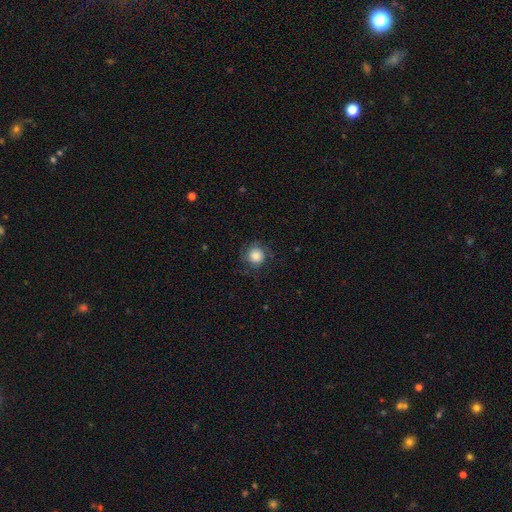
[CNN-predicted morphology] The model was most divided on "smooth or featured": smooth: 66%, featured or disk: 25%, star or artifact: 9%. More confident: how rounded — round (91%); merging — none (71%).